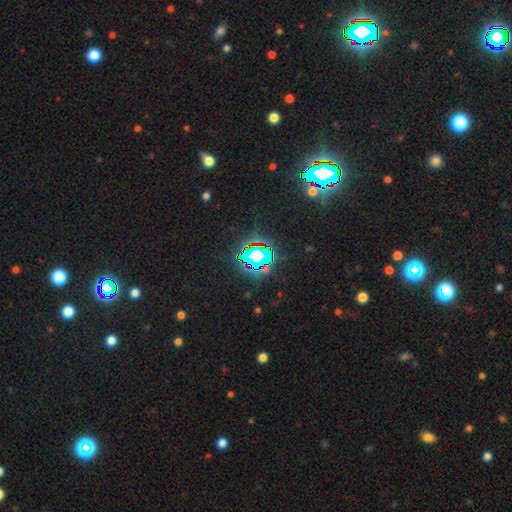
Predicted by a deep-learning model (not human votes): This appears to be a star or artifact, not a galaxy (73%).